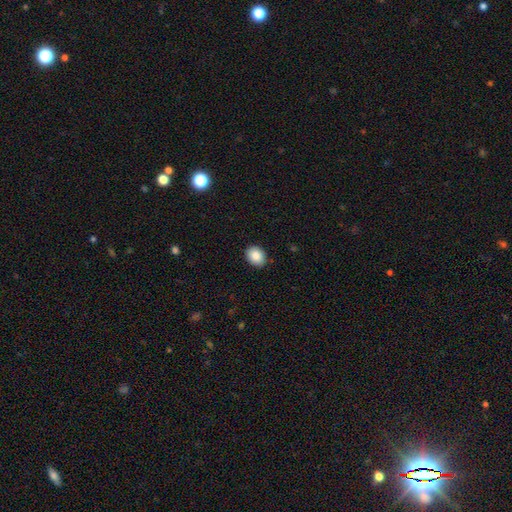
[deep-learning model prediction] This appears to be a smooth galaxy with no disk features (88%) that is in between round and cigar-shaped (54%). Merging: none (90%).